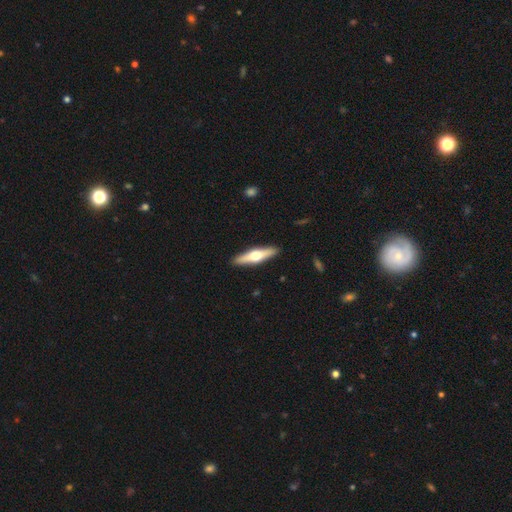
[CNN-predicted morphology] type=featured or disk (58%); edge-on=yes (95%); edge-on bulge=rounded (95%); merging=none (91%).